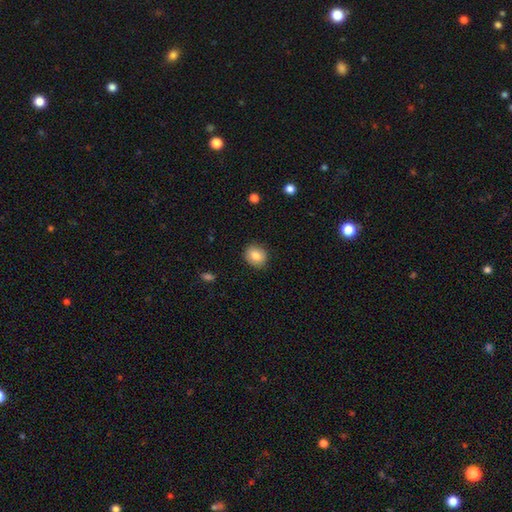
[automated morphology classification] smooth-or-featured: smooth: 83% | featured or disk: 9% | star or artifact: 8%
  how-rounded: round: 62% | in between: 37% | cigar-shaped: 1%
  merging: none: 88% | minor disturbance: 9% | major disturbance: 2% | merger: 1%